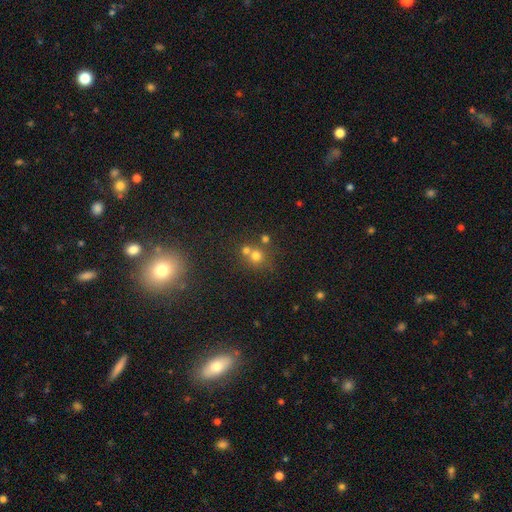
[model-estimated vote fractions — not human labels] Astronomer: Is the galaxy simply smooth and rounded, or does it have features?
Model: smooth — 70%.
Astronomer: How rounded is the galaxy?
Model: round — 87%.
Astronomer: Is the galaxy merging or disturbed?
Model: none — 50% (runner-up: merger, 39%).